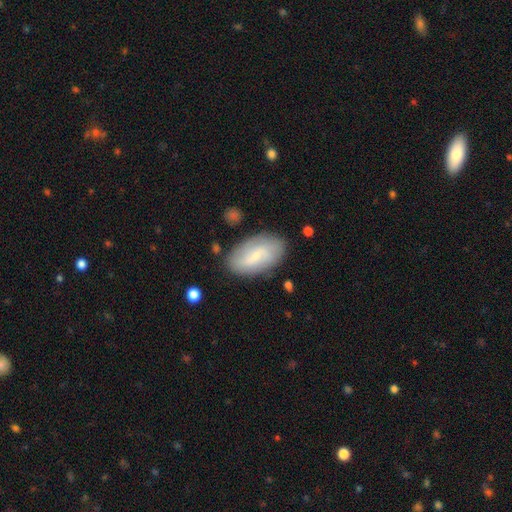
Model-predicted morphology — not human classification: smooth-or-featured: featured or disk: 48% | smooth: 45% | star or artifact: 7%
  merging: none: 79% | minor disturbance: 15% | major disturbance: 4% | merger: 2%